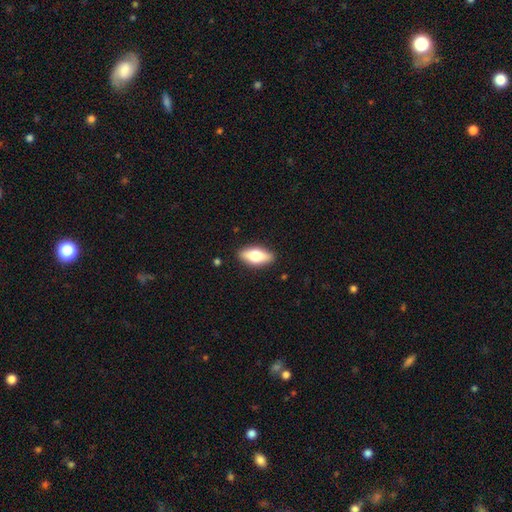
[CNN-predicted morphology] This appears to be a smooth galaxy with no disk features (65%) that is in between round and cigar-shaped (81%). Merging: none (88%).